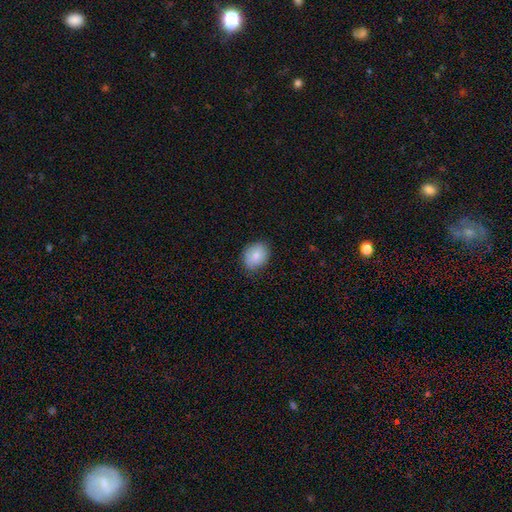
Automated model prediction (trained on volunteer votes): Q: Smooth or featured?
A: smooth (84%); runner-up: featured or disk (9%)
Q: How rounded?
A: in between (58%); runner-up: round (41%)
Q: Merging?
A: none (80%); runner-up: minor disturbance (16%)